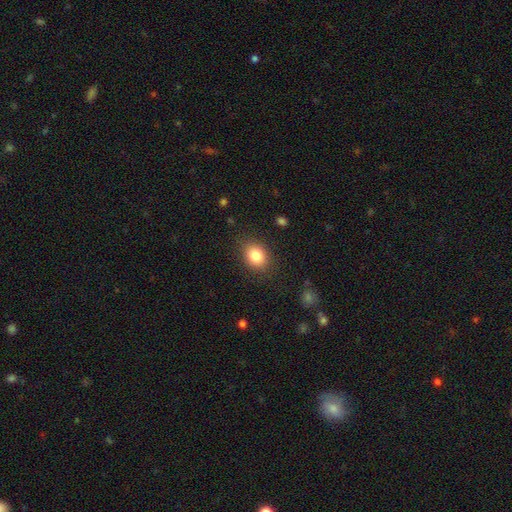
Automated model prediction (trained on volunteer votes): This appears to be a smooth galaxy with no disk features (84%) that is in between round and cigar-shaped (52%). Merging: none (85%).